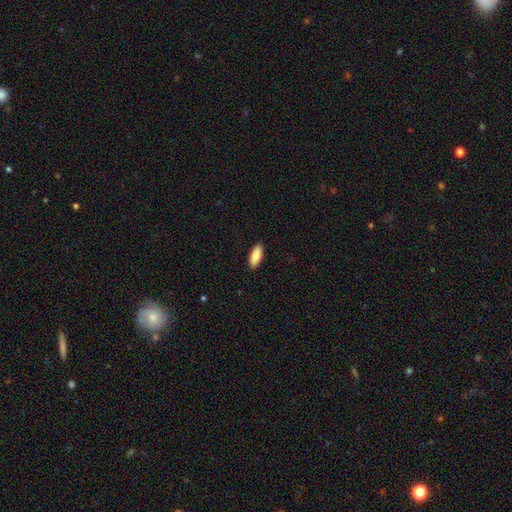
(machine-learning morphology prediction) A smooth galaxy with no disk features (88%) that is in between round and cigar-shaped (79%). Merging: none (91%).